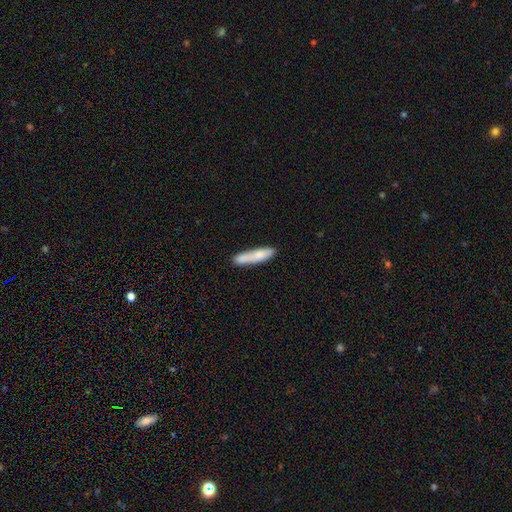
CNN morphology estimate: A smooth galaxy with no disk features (73%) that is cigar-shaped (82%). Merging: none (66%).